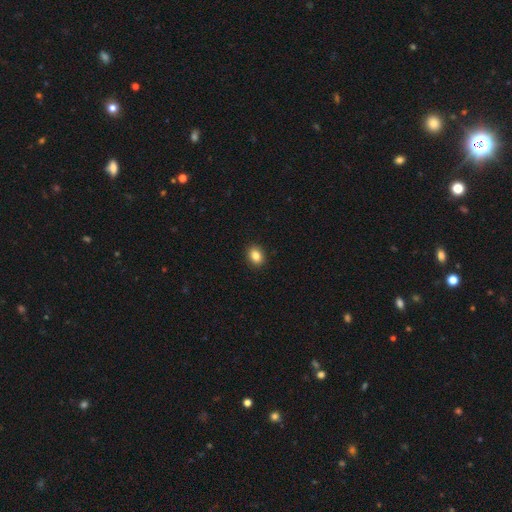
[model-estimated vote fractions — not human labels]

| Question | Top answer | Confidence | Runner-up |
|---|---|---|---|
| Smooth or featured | smooth | 85% | star or artifact (9%) |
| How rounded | in between | 60% | round (39%) |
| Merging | none | 91% | minor disturbance (6%) |